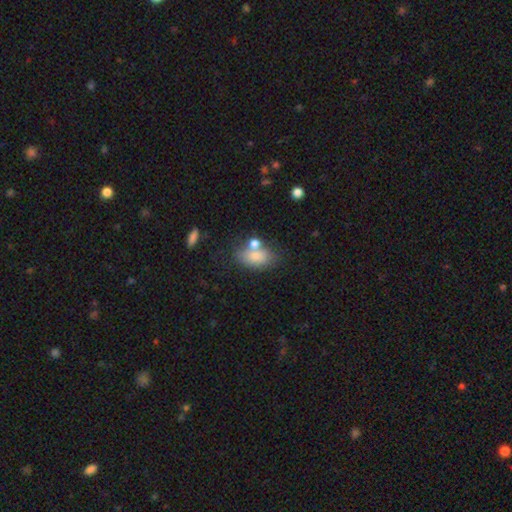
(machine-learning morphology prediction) Smooth or featured: smooth — 77% (featured or disk — 14%)
How rounded: in between — 87% (round — 11%)
Merging: none — 51% (merger — 25%)